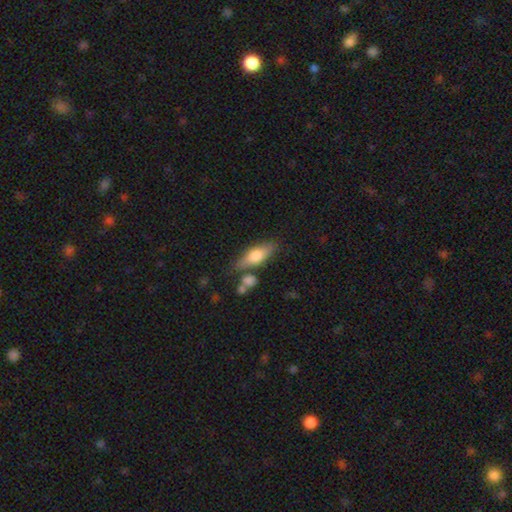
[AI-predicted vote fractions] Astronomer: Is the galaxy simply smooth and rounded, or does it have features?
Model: smooth — 64%.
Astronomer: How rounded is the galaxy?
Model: in between — 60% (runner-up: cigar-shaped, 36%).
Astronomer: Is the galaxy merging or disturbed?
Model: none — 68%.